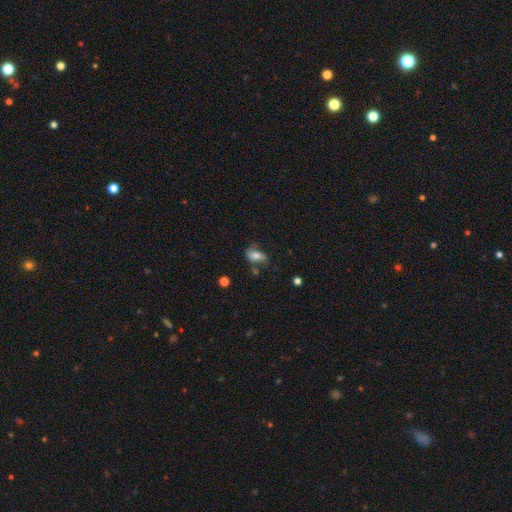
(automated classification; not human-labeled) This appears to be a smooth galaxy with no disk features (63%) that is in between round and cigar-shaped (86%). Merging: none (50%).